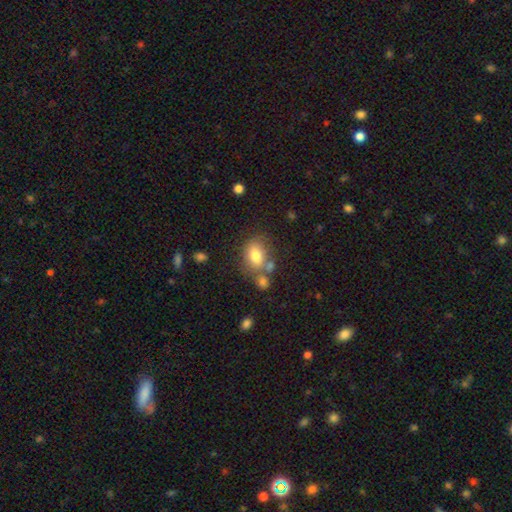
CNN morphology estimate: This appears to be a smooth galaxy with no disk features (76%) that is in between round and cigar-shaped (69%). Merging: none (56%).